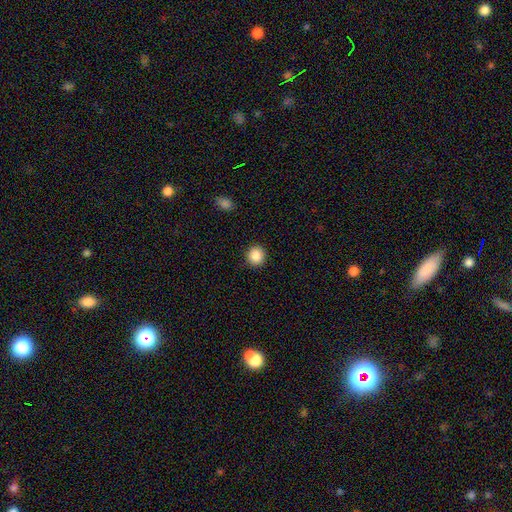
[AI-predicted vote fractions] This is clearly a smooth galaxy (87%). How rounded: clearly round (91%). Merging: clearly none (92%).